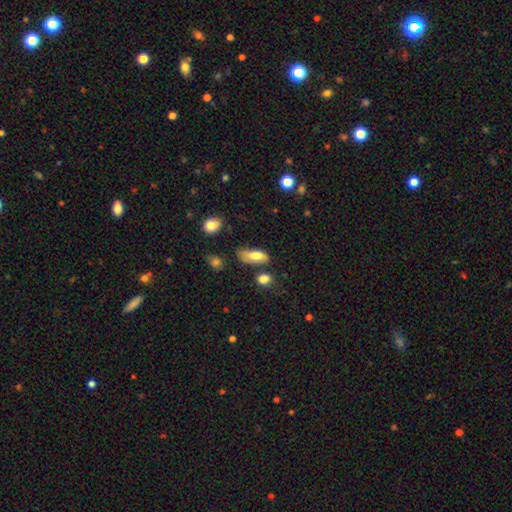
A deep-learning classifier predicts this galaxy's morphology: smooth-or-featured: smooth: 76% | featured or disk: 15% | star or artifact: 8%
  how-rounded: in between: 79% | cigar-shaped: 16% | round: 4%
  merging: none: 50% | minor disturbance: 30% | major disturbance: 12% | merger: 8%